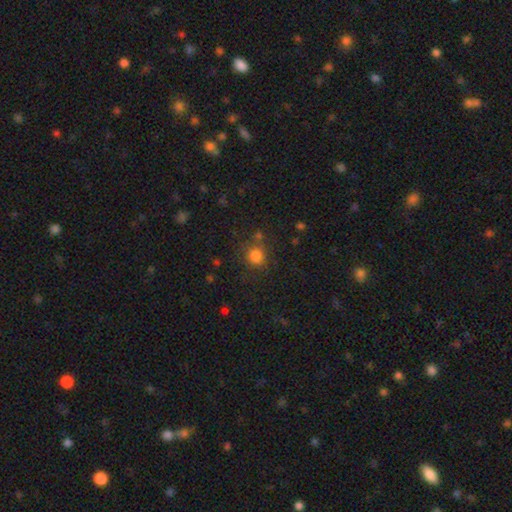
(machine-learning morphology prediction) Smooth or featured? Predicted: smooth (p=0.81). How rounded? Predicted: round (p=0.85). Merging? Predicted: none (p=0.74).